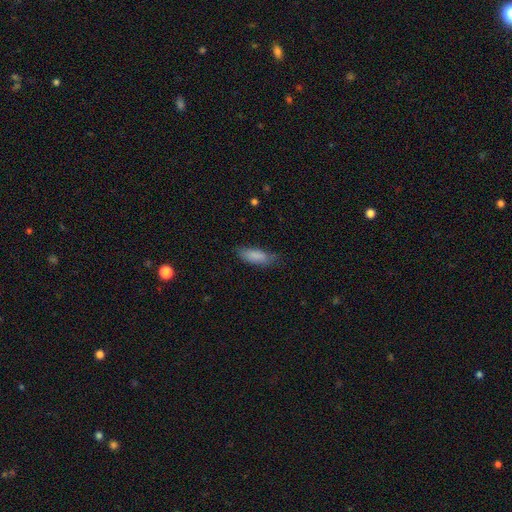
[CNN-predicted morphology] type=smooth (86%); roundness=in between (67%); merging=none (72%).